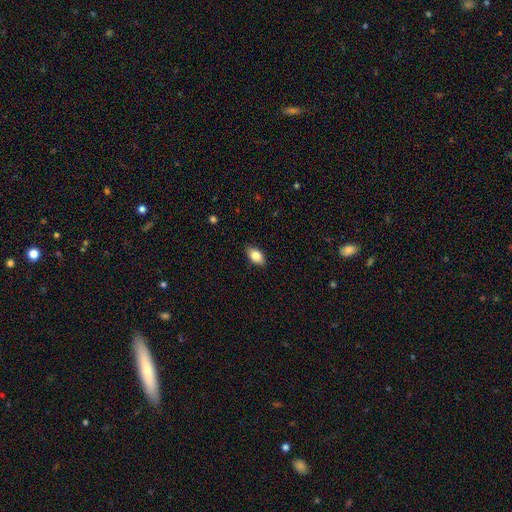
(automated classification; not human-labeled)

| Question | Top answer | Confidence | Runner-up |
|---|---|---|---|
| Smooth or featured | smooth | 83% | featured or disk (10%) |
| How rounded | in between | 90% | round (7%) |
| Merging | none | 88% | minor disturbance (9%) |